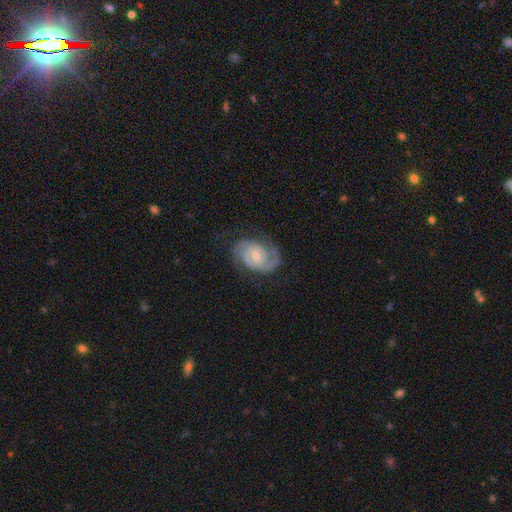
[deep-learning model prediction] Morphology: type=featured or disk (81%); edge-on=no (97%); bar=no (53%); spiral arms=yes (94%); winding=tight (45%); arm count=2 (73%); bulge=small (54%); merging=none (69%).